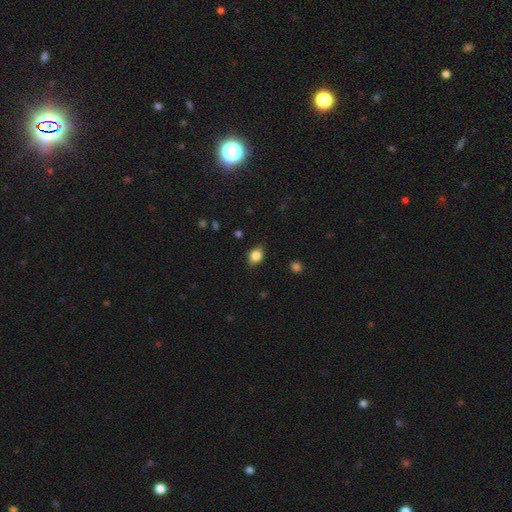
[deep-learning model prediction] Q: Smooth or featured?
A: smooth (83%); runner-up: star or artifact (10%)
Q: How rounded?
A: in between (64%); runner-up: round (34%)
Q: Merging?
A: none (81%); runner-up: minor disturbance (15%)